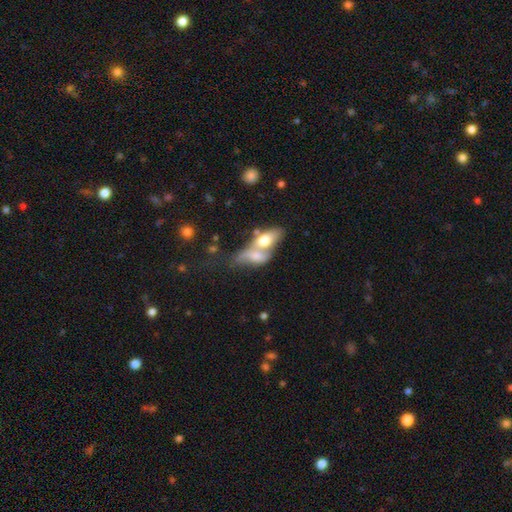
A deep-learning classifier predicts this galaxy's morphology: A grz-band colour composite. It shows a smooth galaxy with no disk features (61%) that is in between round and cigar-shaped (79%). Merging: merger (75%).